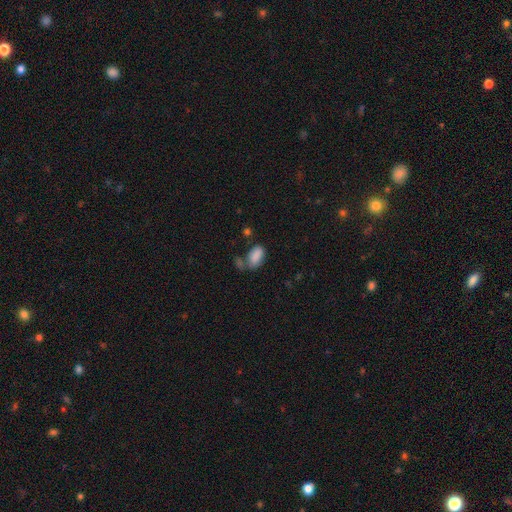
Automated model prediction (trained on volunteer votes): This appears to be a smooth galaxy with no disk features (86%) that is in between round and cigar-shaped (94%). Merging: none (50%).